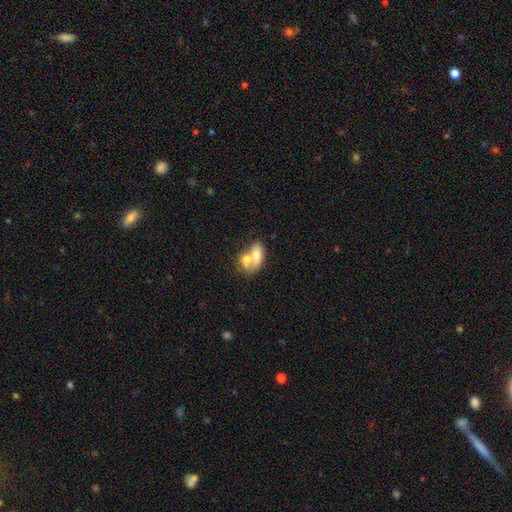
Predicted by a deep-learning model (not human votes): This is likely a smooth galaxy (66%). How rounded: clearly in between (85%). Merging: likely merger (68%).